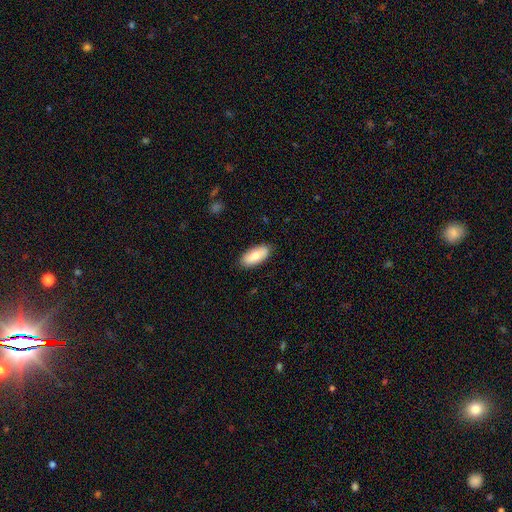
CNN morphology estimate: Smooth or featured?
  - smooth: 74% *
  - featured or disk: 20%
  - star or artifact: 6%
How rounded?
  - in between: 87% *
  - cigar-shaped: 11%
  - round: 2%
Merging?
  - none: 87% *
  - minor disturbance: 10%
  - major disturbance: 2%
  - merger: 1%